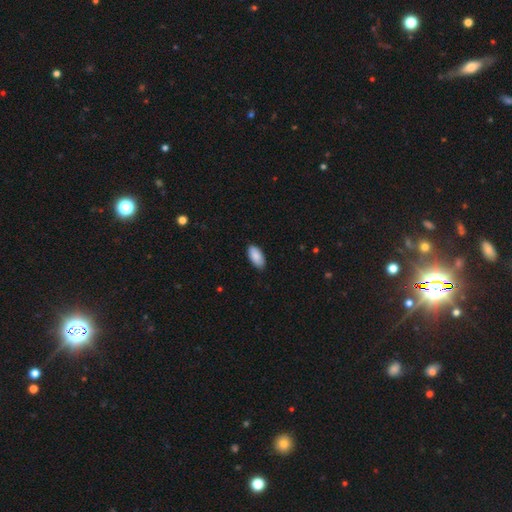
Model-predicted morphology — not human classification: Smooth or featured? Predicted: smooth (p=0.90). How rounded? Predicted: in between (p=0.94). Merging? Predicted: none (p=0.87).